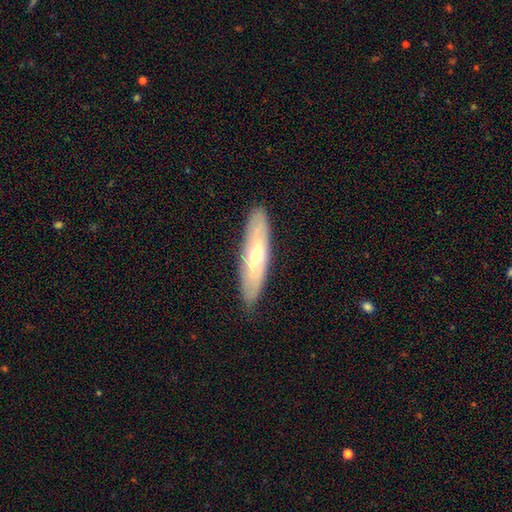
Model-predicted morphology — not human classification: smooth-or-featured: featured or disk: 53% | smooth: 40% | star or artifact: 6%
  disk-edge-on: no: 53% | yes: 47%
  merging: none: 86% | minor disturbance: 11% | major disturbance: 2% | merger: 1%